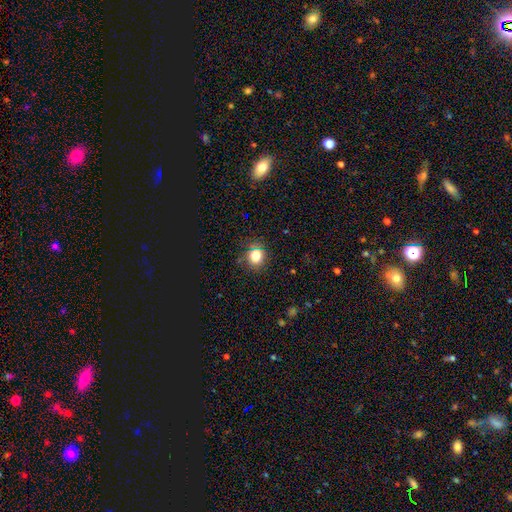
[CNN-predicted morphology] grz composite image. It shows a smooth galaxy with no disk features (78%) that is round (77%). Merging: none (85%).